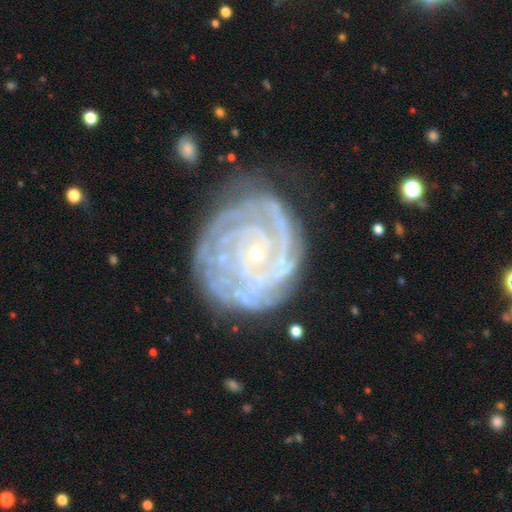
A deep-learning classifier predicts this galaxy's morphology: The model was most divided on "spiral arm count": can't tell: 27%, 3: 20%, 4: 18%, 2: 17%, more than 4: 11%, 1: 7%. More confident: edge-on disk — no (97%); spiral arms — yes (97%); smooth or featured — featured or disk (88%); bulge size — small (83%); spiral winding — tight (83%); bar — no (76%); merging — none (72%).